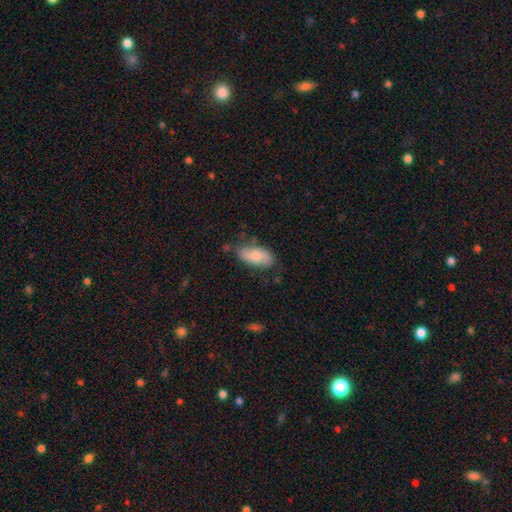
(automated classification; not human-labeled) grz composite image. It shows a smooth galaxy with no disk features (73%) that is in between round and cigar-shaped (91%). Merging: none (69%).